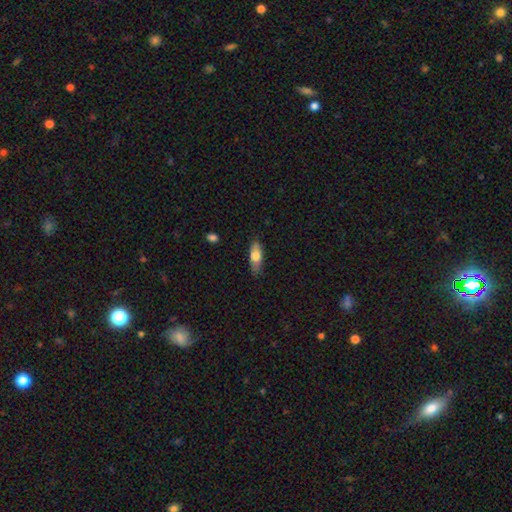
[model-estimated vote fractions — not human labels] Smooth or featured?
  - smooth: 70% *
  - featured or disk: 24%
  - star or artifact: 6%
How rounded?
  - in between: 69% *
  - cigar-shaped: 28%
  - round: 3%
Merging?
  - none: 79% *
  - minor disturbance: 16%
  - major disturbance: 3%
  - merger: 1%